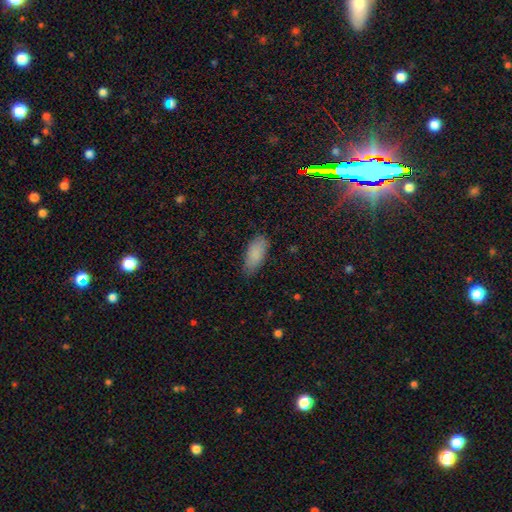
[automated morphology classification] smooth 73%, star or artifact 19%, featured or disk 9%. Down the decision tree: how rounded — in between (84%); merging — none (81%).